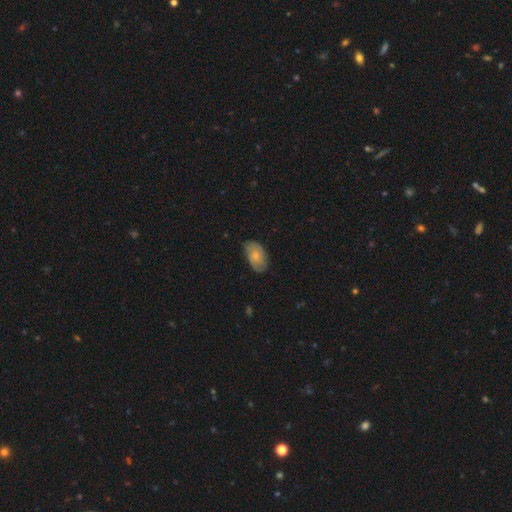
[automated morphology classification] Smooth or featured?
  - smooth: 60% *
  - featured or disk: 33%
  - star or artifact: 6%
How rounded?
  - in between: 92% *
  - round: 6%
  - cigar-shaped: 2%
Merging?
  - none: 74% *
  - minor disturbance: 21%
  - major disturbance: 4%
  - merger: 1%